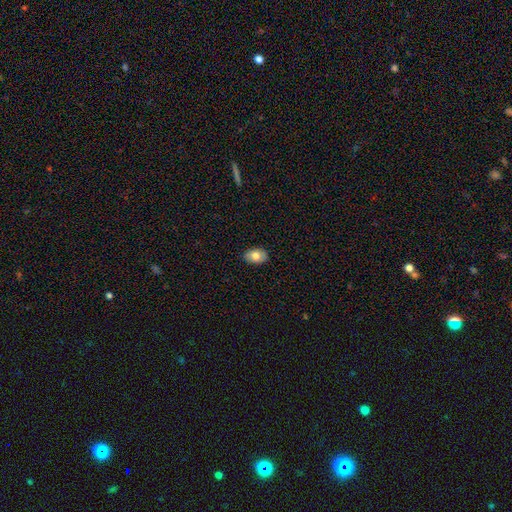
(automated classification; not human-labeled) smooth-or-featured: smooth: 78% | featured or disk: 15% | star or artifact: 7%
  how-rounded: in between: 87% | round: 11% | cigar-shaped: 1%
  merging: none: 88% | minor disturbance: 9% | major disturbance: 2% | merger: 1%